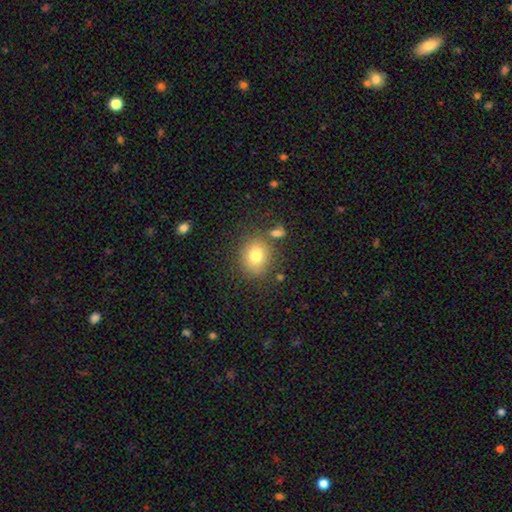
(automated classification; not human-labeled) Smooth or featured? Predicted: smooth (p=0.77). How rounded? Predicted: round (p=0.66). Merging? Predicted: none (p=0.76).